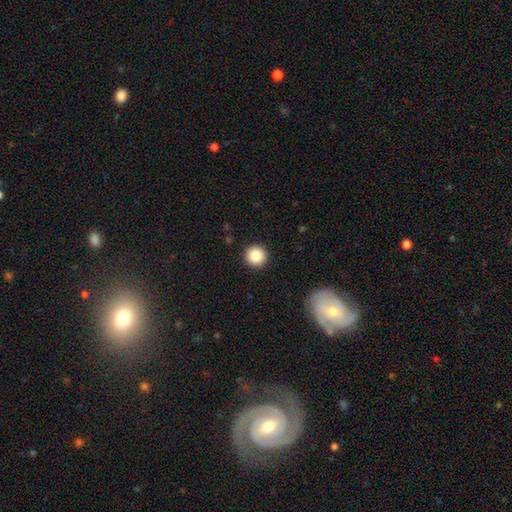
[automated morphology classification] smooth_or_featured: smooth (p=0.86) [alt: star or artifact p=0.09]
how_rounded: round (p=0.96) [alt: in between p=0.03]
merging: none (p=0.92) [alt: minor disturbance p=0.05]